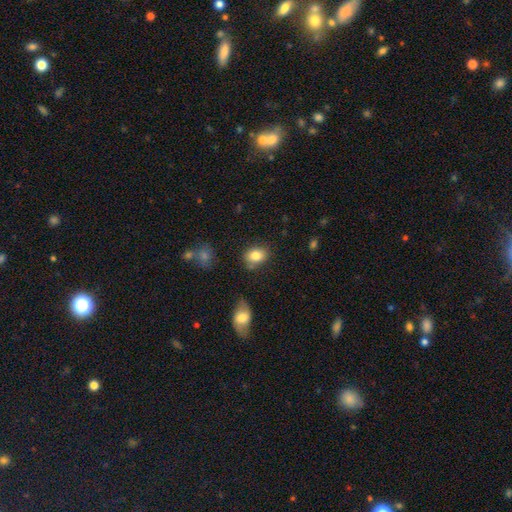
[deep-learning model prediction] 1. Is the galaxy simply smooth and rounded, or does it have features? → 83% smooth, 9% star or artifact, 8% featured or disk.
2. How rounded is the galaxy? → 57% in between, 42% round, 1% cigar-shaped.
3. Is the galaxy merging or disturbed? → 76% none, 17% minor disturbance, 4% merger, 4% major disturbance.